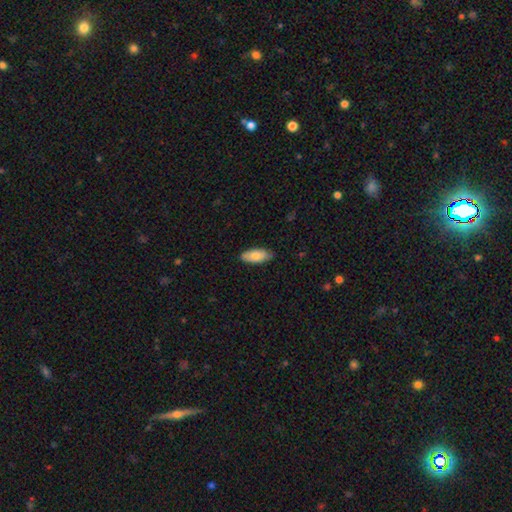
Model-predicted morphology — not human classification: Q: Smooth or featured?
A: smooth (82%); runner-up: featured or disk (13%)
Q: How rounded?
A: in between (88%); runner-up: cigar-shaped (11%)
Q: Merging?
A: none (83%); runner-up: minor disturbance (14%)